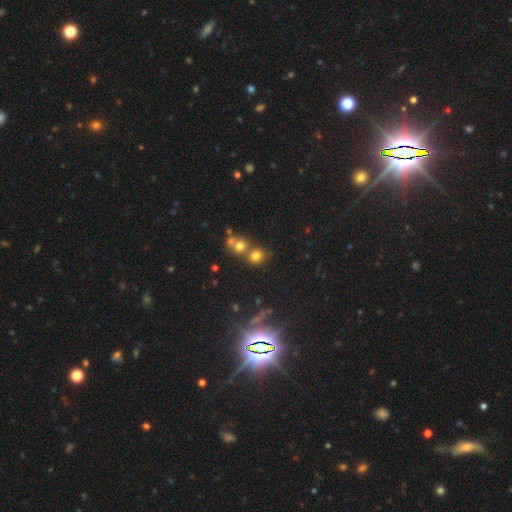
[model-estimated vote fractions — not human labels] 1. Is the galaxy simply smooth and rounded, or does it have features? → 70% smooth, 19% star or artifact, 11% featured or disk.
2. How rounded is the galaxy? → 81% round, 18% in between, 1% cigar-shaped.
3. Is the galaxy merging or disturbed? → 52% none, 37% merger, 8% minor disturbance, 3% major disturbance.